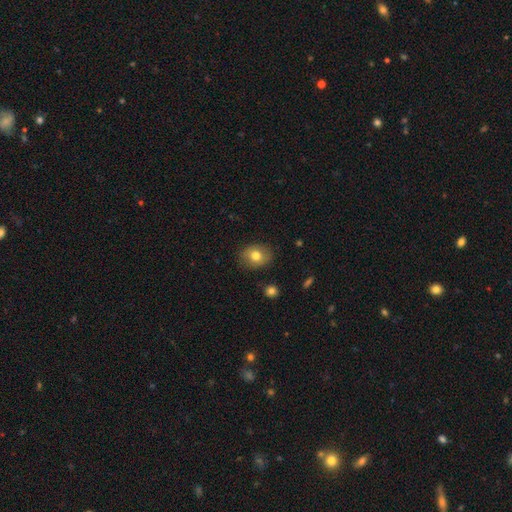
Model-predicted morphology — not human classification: smooth-or-featured: smooth: 77% | featured or disk: 14% | star or artifact: 9%
  how-rounded: round: 50% | in between: 49% | cigar-shaped: 1%
  merging: none: 85% | minor disturbance: 11% | major disturbance: 3% | merger: 1%